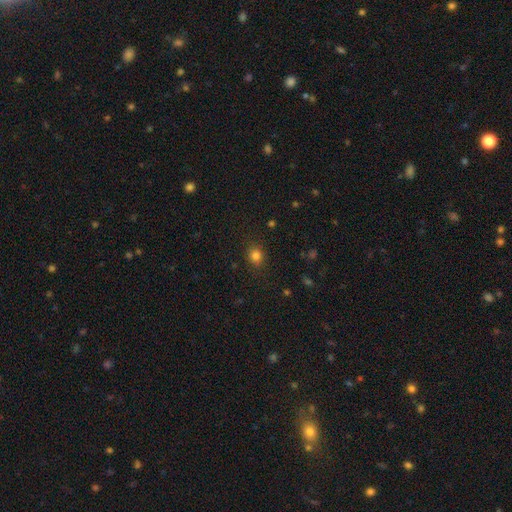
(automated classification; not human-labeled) Overall: smooth (81%). How rounded: round (75%). Merging: none (84%).